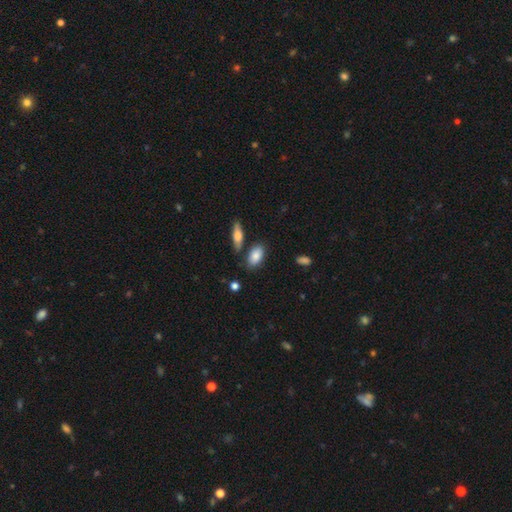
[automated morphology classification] type=smooth (85%); roundness=in between (91%); merging=none (75%).